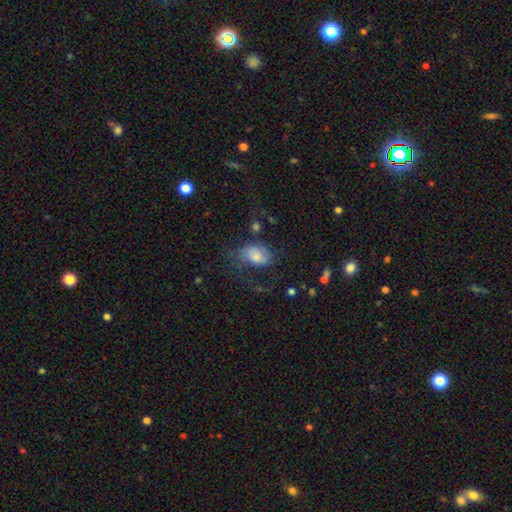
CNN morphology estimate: type=smooth (56%); roundness=in between (81%); merging=major disturbance (40%).